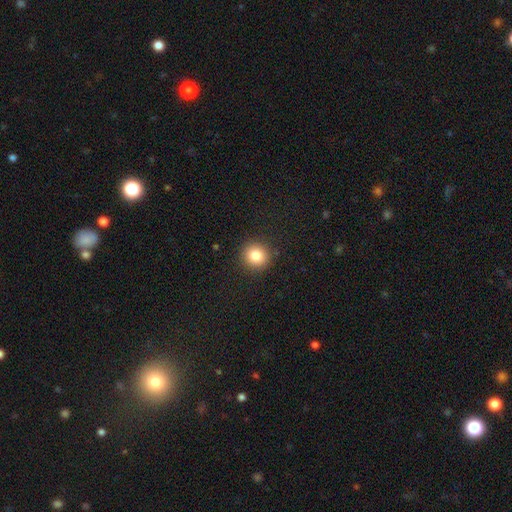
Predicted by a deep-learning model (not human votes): Q: Smooth or featured?
A: smooth (84%); runner-up: star or artifact (10%)
Q: How rounded?
A: round (89%); runner-up: in between (10%)
Q: Merging?
A: none (90%); runner-up: minor disturbance (6%)